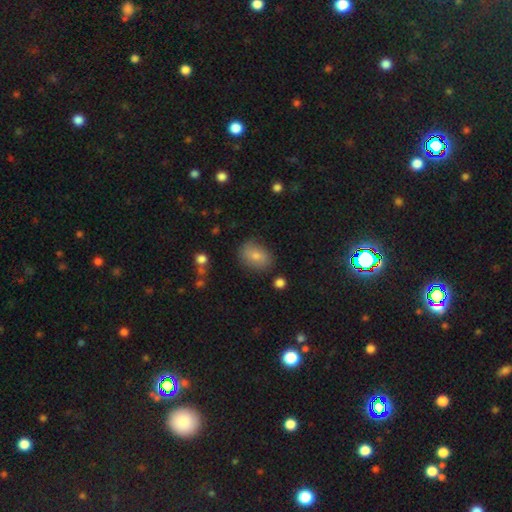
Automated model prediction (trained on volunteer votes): Smooth or featured?
  - smooth: 72% *
  - featured or disk: 16%
  - star or artifact: 13%
How rounded?
  - in between: 72% *
  - round: 27%
  - cigar-shaped: 2%
Merging?
  - none: 79% *
  - minor disturbance: 15%
  - major disturbance: 4%
  - merger: 2%